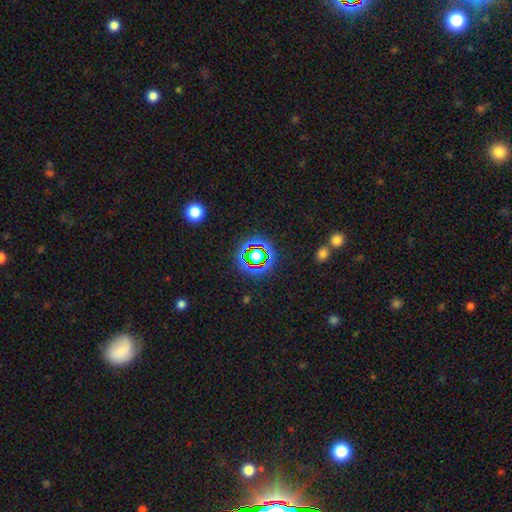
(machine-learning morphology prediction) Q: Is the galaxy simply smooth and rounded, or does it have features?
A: star or artifact — 66%.